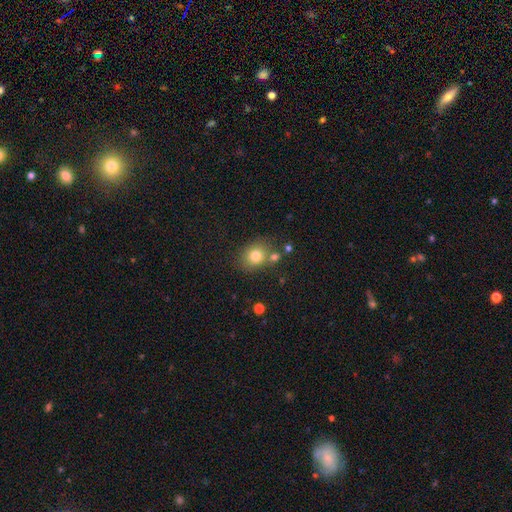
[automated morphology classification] Overall: smooth (78%). How rounded: round (65%; in between 35%). Merging: none (67%).